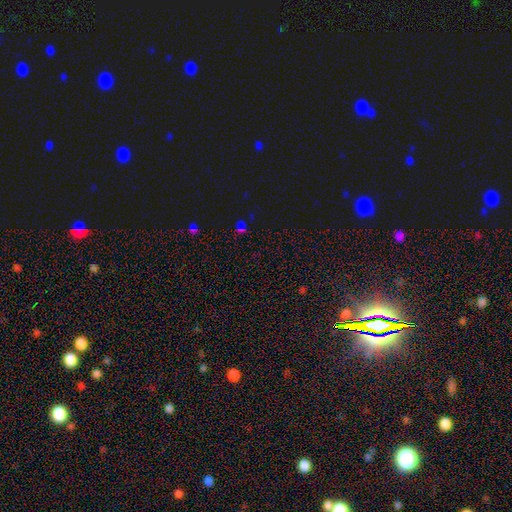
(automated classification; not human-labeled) A star or artifact, not a galaxy (65%).

Vote fractions:
- Smooth or featured? star or artifact: 65% / smooth: 26% / featured or disk: 9%